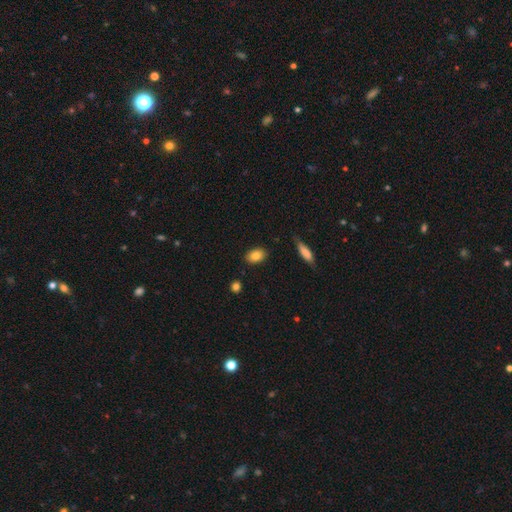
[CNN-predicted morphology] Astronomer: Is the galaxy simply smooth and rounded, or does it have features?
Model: smooth — 84%.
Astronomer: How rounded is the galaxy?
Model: in between — 85%.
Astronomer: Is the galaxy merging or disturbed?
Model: none — 86%.